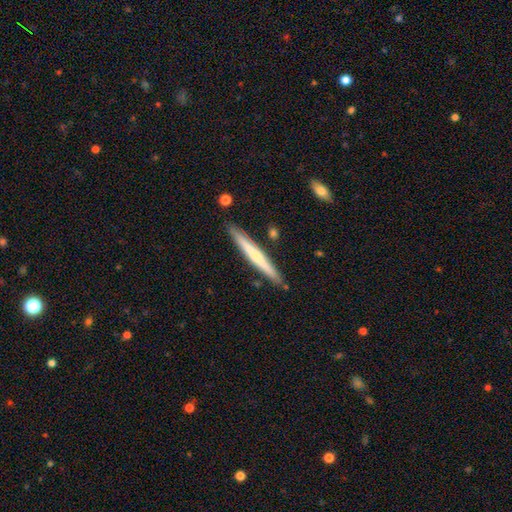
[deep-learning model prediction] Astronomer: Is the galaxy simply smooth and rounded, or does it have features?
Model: smooth — 51% (runner-up: featured or disk, 44%).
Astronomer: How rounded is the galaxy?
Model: cigar-shaped — 97%.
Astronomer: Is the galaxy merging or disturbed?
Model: none — 88%.